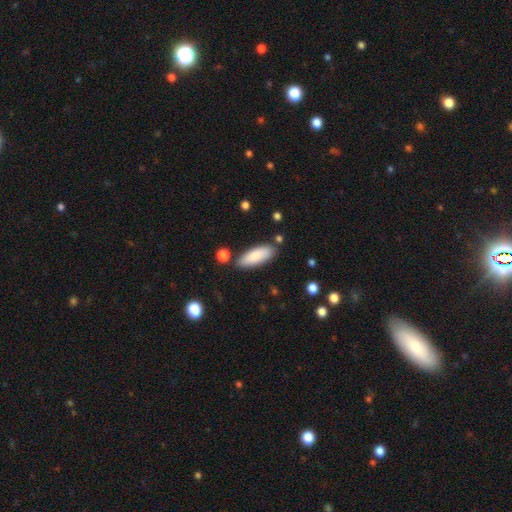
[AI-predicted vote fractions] Smooth or featured? smooth (85%)
How rounded? in between (68%)
Merging? none (79%)